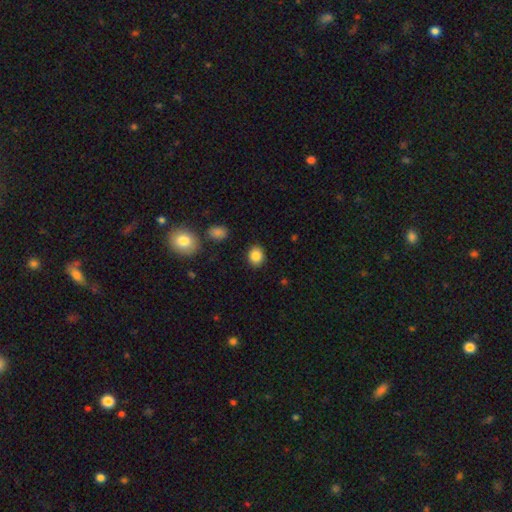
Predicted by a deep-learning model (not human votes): Smooth or featured? smooth (86%)
How rounded? round (68%)
Merging? none (88%)